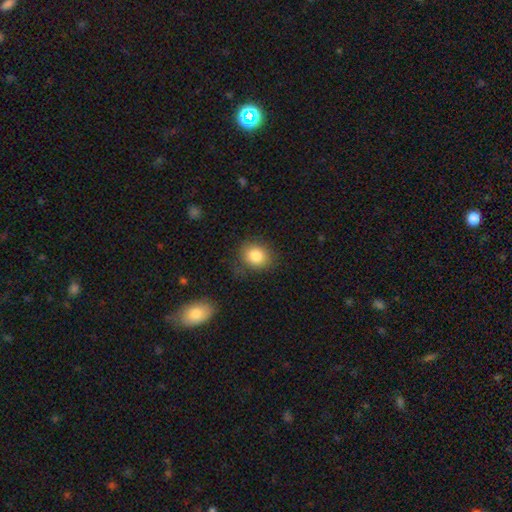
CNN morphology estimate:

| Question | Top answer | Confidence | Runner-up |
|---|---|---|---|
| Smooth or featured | smooth | 85% | star or artifact (9%) |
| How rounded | round | 62% | in between (37%) |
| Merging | none | 78% | minor disturbance (15%) |